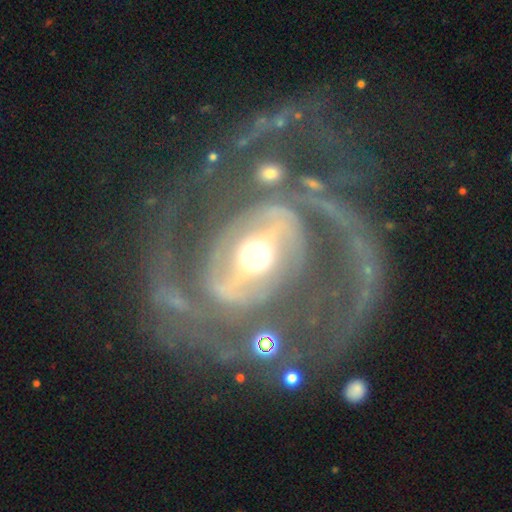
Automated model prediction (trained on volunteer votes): This appears to be a featured or disk galaxy (90%) with a strong bar (58%), 2 (74%) medium (49%) spiral arms (92%) and a moderate central bulge (64%). Merging: none (61%).